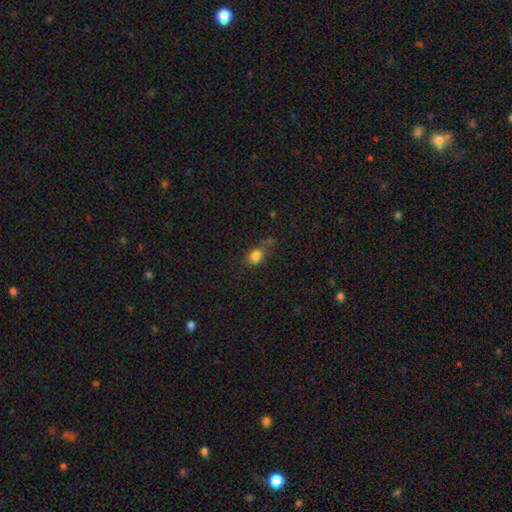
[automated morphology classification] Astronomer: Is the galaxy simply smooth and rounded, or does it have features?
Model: smooth — 81%.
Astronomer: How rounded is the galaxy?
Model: in between — 55% (runner-up: round, 42%).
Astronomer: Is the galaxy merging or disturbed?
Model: none — 53%.